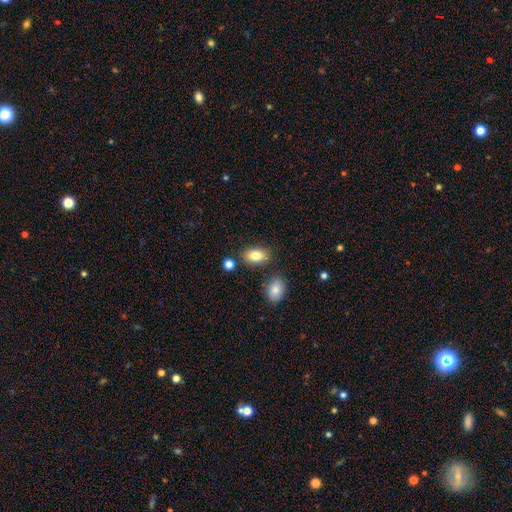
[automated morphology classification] This is clearly a smooth galaxy (83%). How rounded: clearly in between (89%). Merging: likely none (79%).